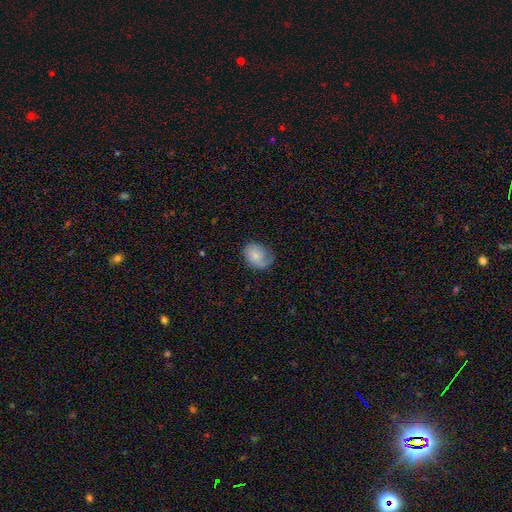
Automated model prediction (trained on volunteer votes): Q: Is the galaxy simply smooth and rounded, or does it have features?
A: smooth — 72%.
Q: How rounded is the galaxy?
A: in between — 67%.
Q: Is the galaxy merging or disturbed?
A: none — 57%.